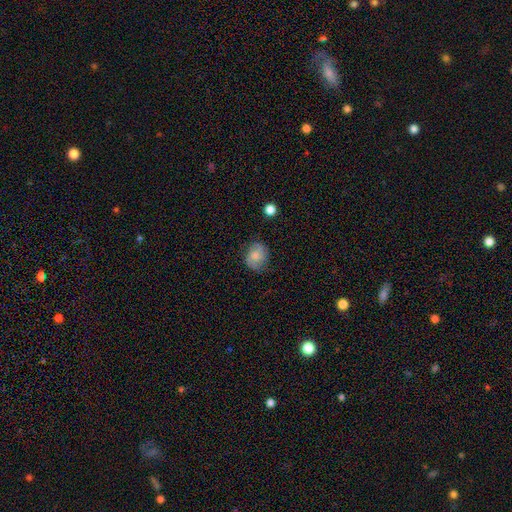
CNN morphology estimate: Smooth or featured? Predicted: smooth (p=0.53). How rounded? Predicted: round (p=0.63). Merging? Predicted: none (p=0.73).